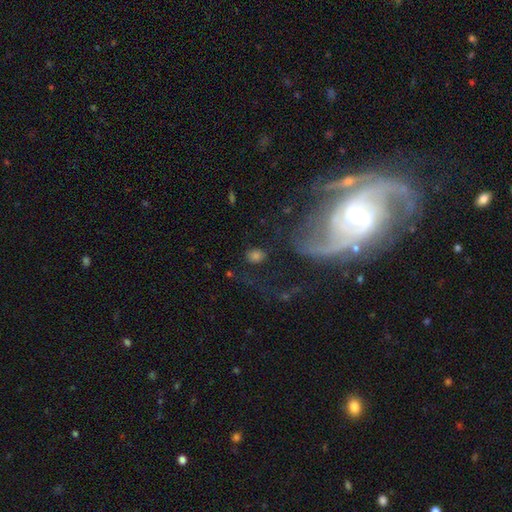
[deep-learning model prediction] This is possibly a smooth galaxy (58%). How rounded: possibly round (50%). Merging: likely none (63%).